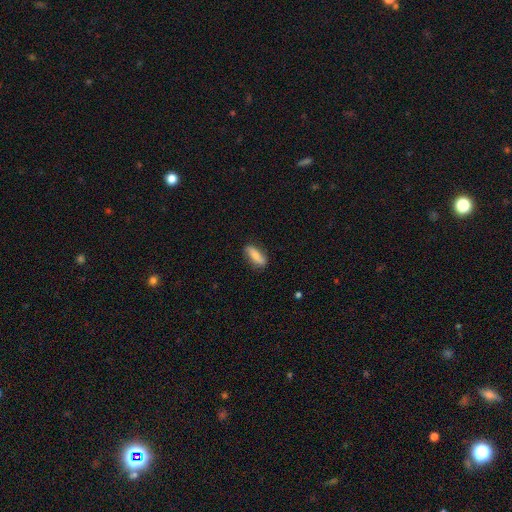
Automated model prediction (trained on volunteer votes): This appears to be a smooth galaxy with no disk features (72%) that is in between round and cigar-shaped (56%). Merging: none (80%).